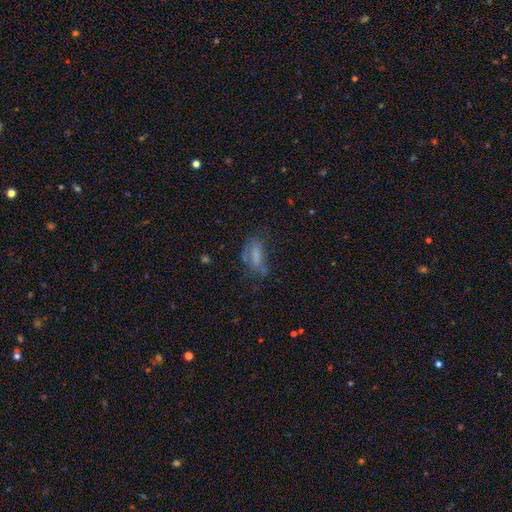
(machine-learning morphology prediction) Overall: smooth (55%; featured or disk 30%). How rounded: in between (70%). Merging: none (39%; major disturbance 29%).